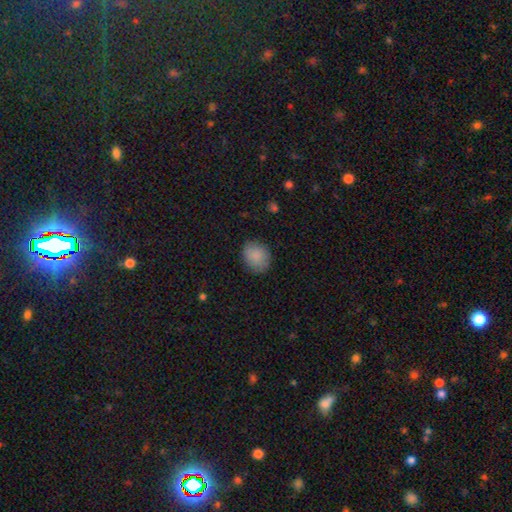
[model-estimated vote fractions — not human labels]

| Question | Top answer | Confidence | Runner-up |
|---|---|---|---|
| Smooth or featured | smooth | 87% | star or artifact (8%) |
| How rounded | round | 57% | in between (42%) |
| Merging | none | 83% | minor disturbance (13%) |